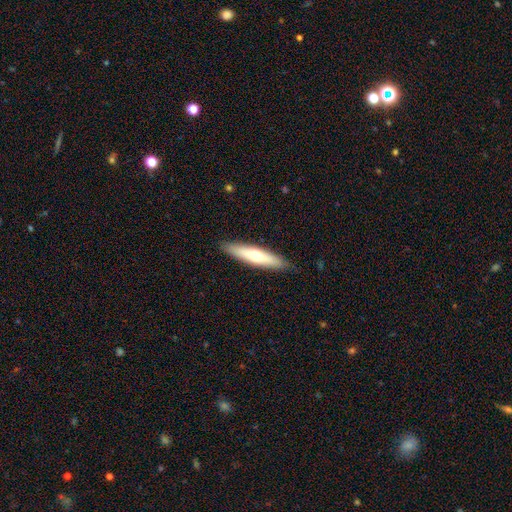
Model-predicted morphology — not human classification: smooth-or-featured: smooth: 59% | featured or disk: 36% | star or artifact: 5%
  how-rounded: cigar-shaped: 82% | in between: 16% | round: 1%
  merging: none: 89% | minor disturbance: 8% | major disturbance: 2% | merger: 1%